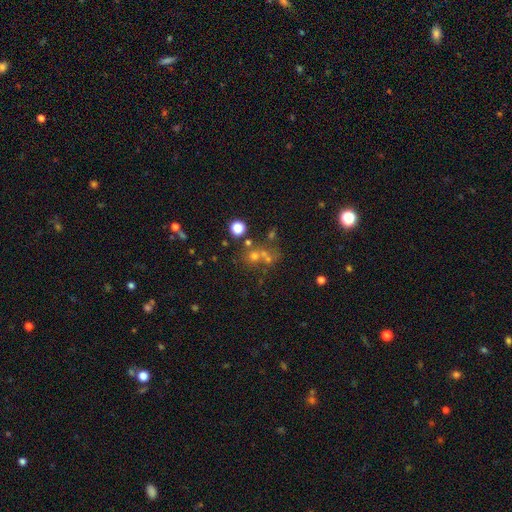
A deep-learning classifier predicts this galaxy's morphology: This is marginally a smooth galaxy (42%). Merging: possibly none (47%).